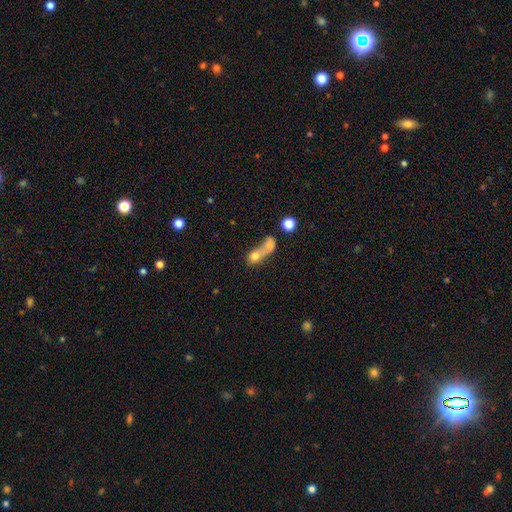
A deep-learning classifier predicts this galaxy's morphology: Smooth or featured? smooth (67%)
How rounded? in between (46%)
Merging? merger (70%)